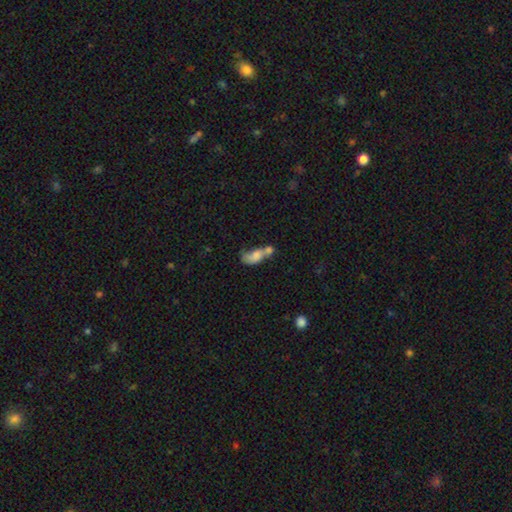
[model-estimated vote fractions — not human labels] This appears to be a smooth galaxy with no disk features (66%) that is in between round and cigar-shaped (78%). Merging: merger (61%).